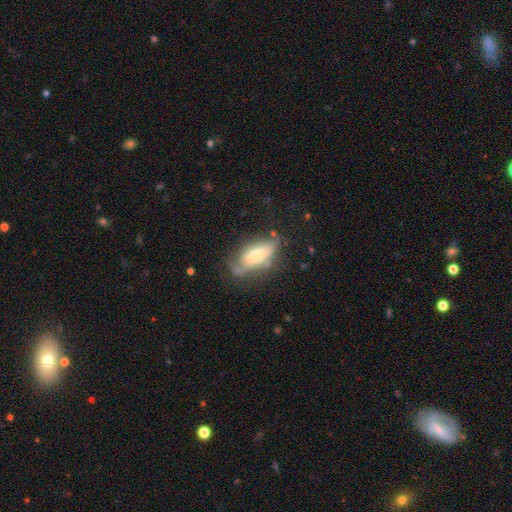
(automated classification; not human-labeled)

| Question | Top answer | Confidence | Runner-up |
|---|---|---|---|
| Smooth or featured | featured or disk | 46% | smooth (45%) |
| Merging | none | 48% | minor disturbance (31%) |